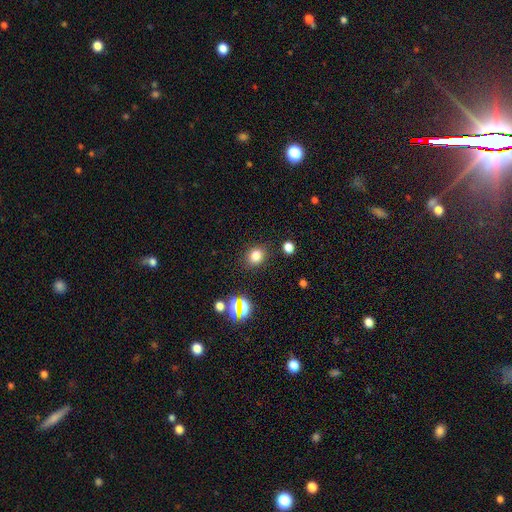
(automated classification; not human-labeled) smooth 76%, star or artifact 18%, featured or disk 6%. Down the decision tree: how rounded — round (62%); merging — none (84%).